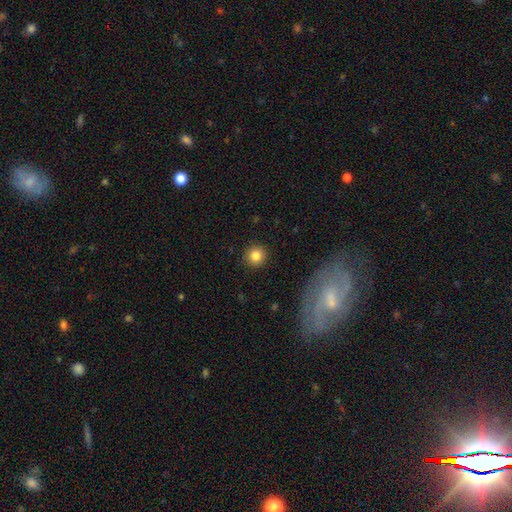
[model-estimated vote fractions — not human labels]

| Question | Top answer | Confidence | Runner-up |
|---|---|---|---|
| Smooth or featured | smooth | 84% | star or artifact (10%) |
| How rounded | round | 95% | in between (4%) |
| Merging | none | 92% | minor disturbance (5%) |